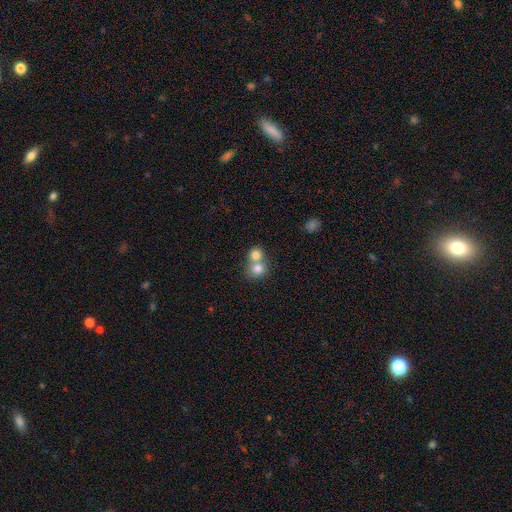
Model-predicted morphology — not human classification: smooth-or-featured: smooth: 77% | featured or disk: 13% | star or artifact: 10%
  how-rounded: round: 82% | in between: 18% | cigar-shaped: 1%
  merging: merger: 63% | none: 31% | minor disturbance: 4% | major disturbance: 2%